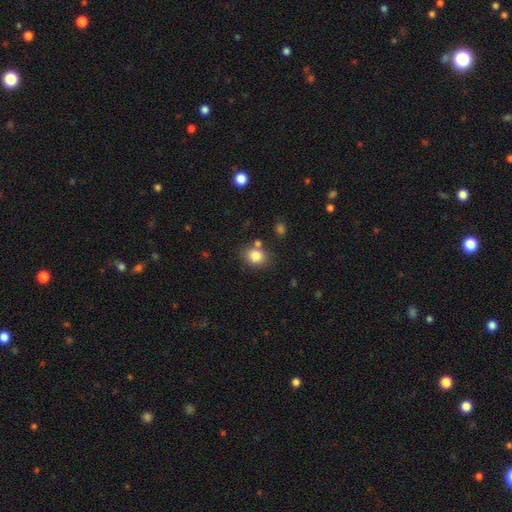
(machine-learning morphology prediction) Smooth or featured? smooth (82%)
How rounded? round (55%)
Merging? none (70%)